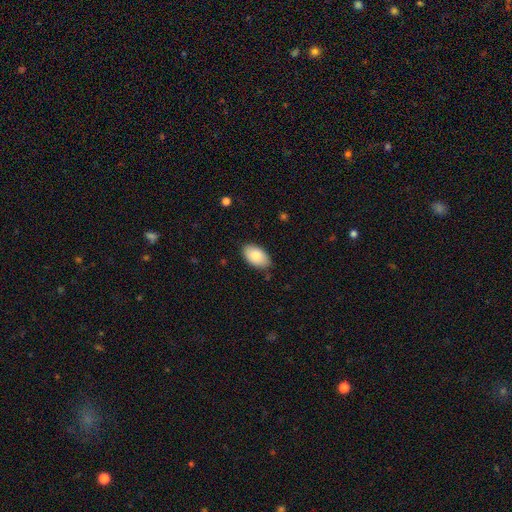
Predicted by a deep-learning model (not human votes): Smooth or featured?
  - smooth: 85% *
  - featured or disk: 9%
  - star or artifact: 6%
How rounded?
  - in between: 94% *
  - round: 5%
  - cigar-shaped: 1%
Merging?
  - none: 83% *
  - minor disturbance: 14%
  - major disturbance: 2%
  - merger: 1%